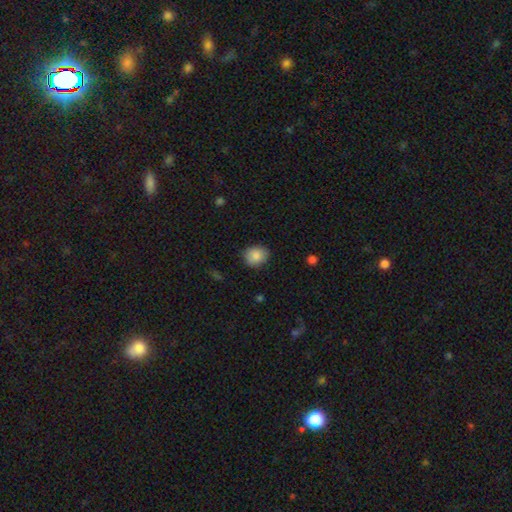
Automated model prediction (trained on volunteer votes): The model was most divided on "how rounded": round: 61%, in between: 38%, cigar-shaped: 1%. More confident: smooth or featured — smooth (86%); merging — none (84%).